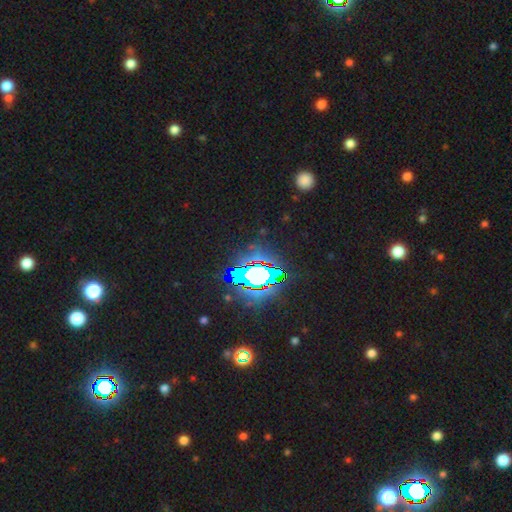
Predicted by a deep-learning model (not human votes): Morphology: type=star or artifact (84%).